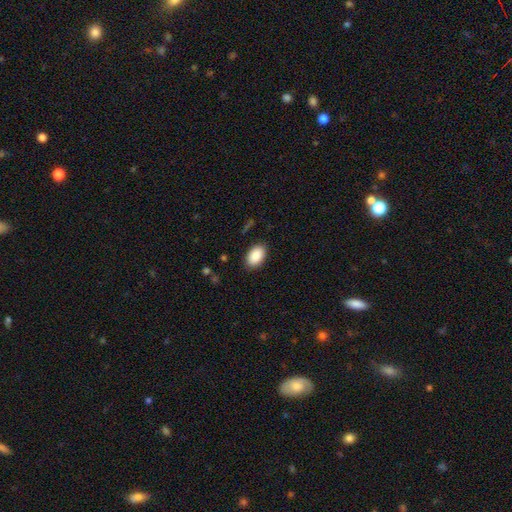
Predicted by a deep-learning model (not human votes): Q: Smooth or featured?
A: smooth (90%); runner-up: star or artifact (7%)
Q: How rounded?
A: in between (93%); runner-up: round (6%)
Q: Merging?
A: none (87%); runner-up: minor disturbance (10%)